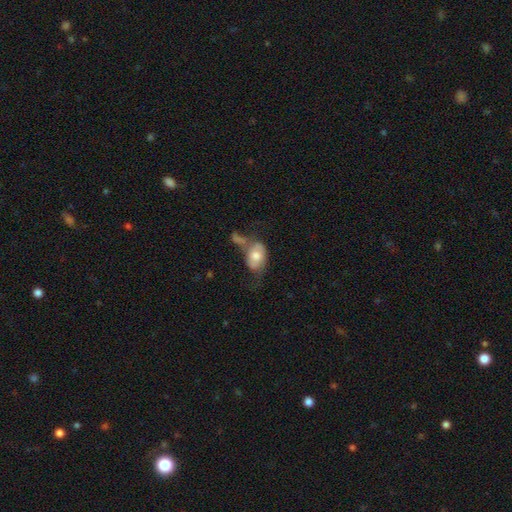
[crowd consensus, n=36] smooth_or_featured: smooth (p=0.58) [alt: featured or disk p=0.39]
how_rounded: in between (p=0.76) [alt: round p=0.24]
merging: major disturbance (p=0.43) [alt: none p=0.20]